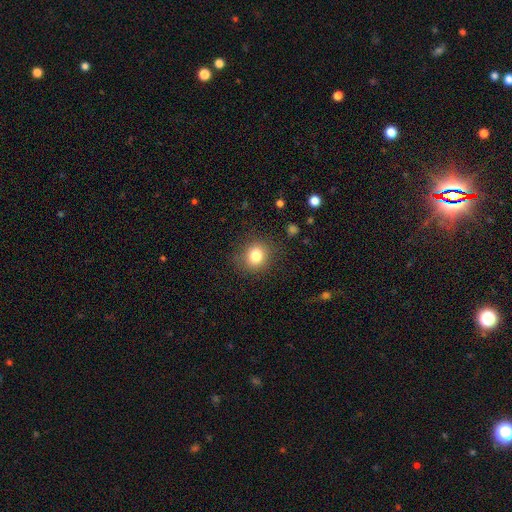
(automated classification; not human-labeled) A smooth galaxy with no disk features (81%) that is round (82%). Merging: none (85%).